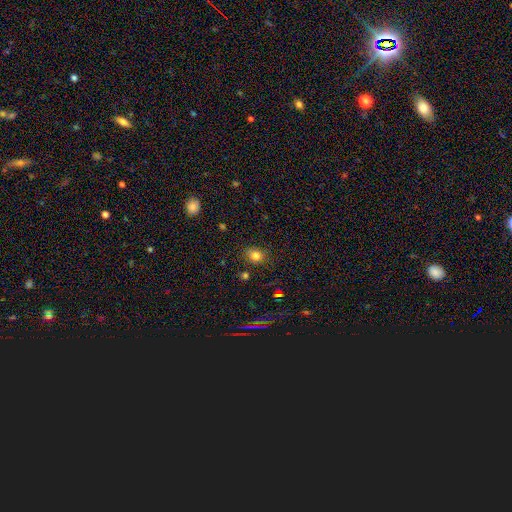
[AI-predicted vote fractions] The model was most divided on "how rounded": round: 61%, in between: 38%, cigar-shaped: 1%. More confident: merging — none (80%); smooth or featured — smooth (80%).